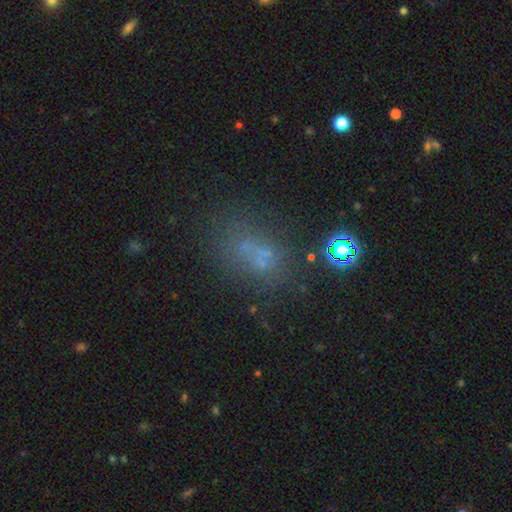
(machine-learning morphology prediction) smooth 47%, star or artifact 33%, featured or disk 20%. Down the decision tree: merging — none (50%).